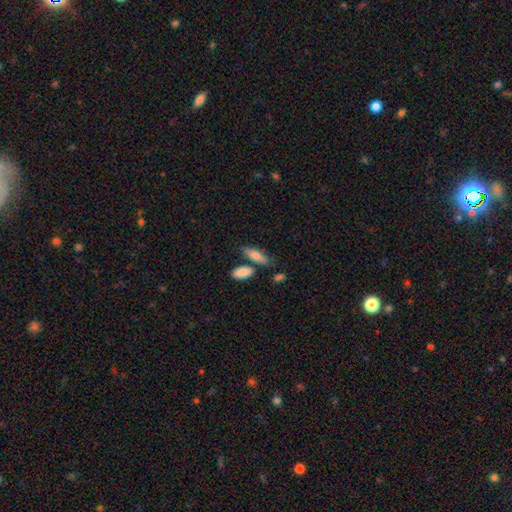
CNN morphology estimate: A smooth galaxy with no disk features (81%) that is in between round and cigar-shaped (61%). Merging: none (62%).